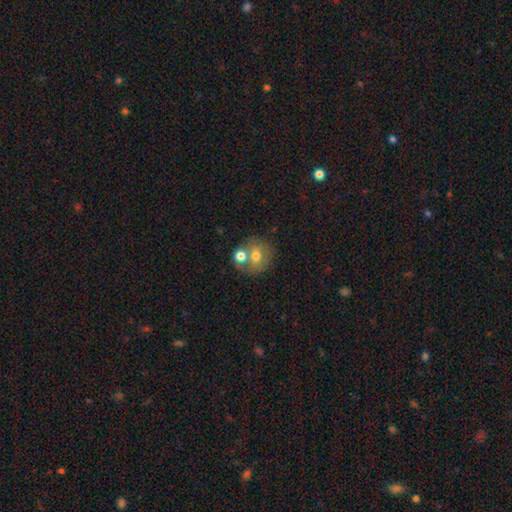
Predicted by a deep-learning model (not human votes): Smooth or featured?
  - smooth: 67% *
  - featured or disk: 22%
  - star or artifact: 11%
How rounded?
  - round: 78% *
  - in between: 21%
  - cigar-shaped: 1%
Merging?
  - none: 51% *
  - merger: 36%
  - minor disturbance: 10%
  - major disturbance: 4%